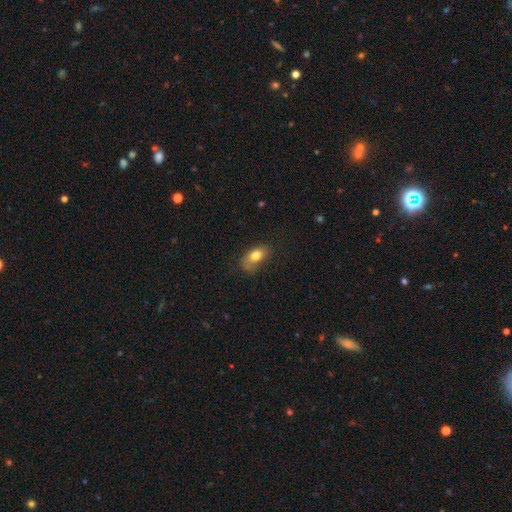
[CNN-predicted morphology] Q: Smooth or featured?
A: smooth (77%); runner-up: featured or disk (14%)
Q: How rounded?
A: in between (87%); runner-up: round (9%)
Q: Merging?
A: none (54%); runner-up: minor disturbance (30%)